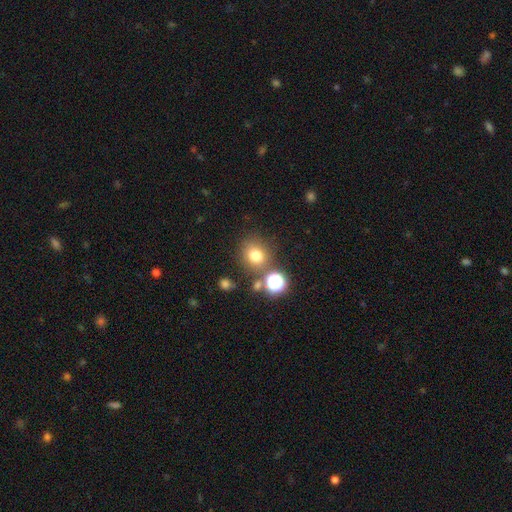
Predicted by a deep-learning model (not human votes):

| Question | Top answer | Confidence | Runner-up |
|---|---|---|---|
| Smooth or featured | smooth | 74% | star or artifact (17%) |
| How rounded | round | 82% | in between (17%) |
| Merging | none | 75% | minor disturbance (10%) |